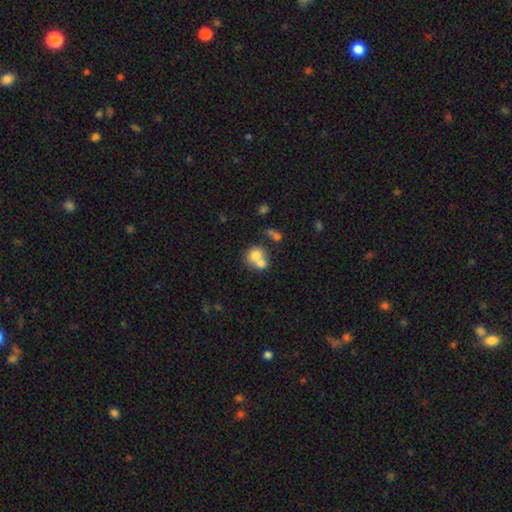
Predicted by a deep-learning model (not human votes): A smooth galaxy with no disk features (72%) that is round (72%). Merging: merger (61%).